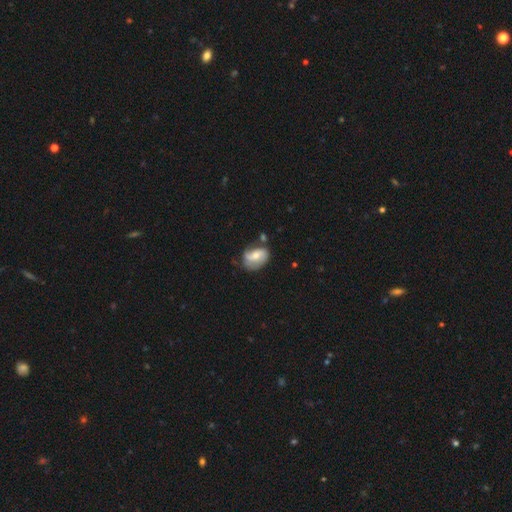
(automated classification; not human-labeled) smooth_or_featured: featured or disk (p=0.63) [alt: smooth p=0.30]
disk_edge_on: no (p=0.96) [alt: yes p=0.04]
bar: no (p=0.44) [alt: weak p=0.40]
has_spiral_arms: yes (p=0.85) [alt: no p=0.15]
spiral_winding: loose (p=0.40) [alt: medium p=0.38]
spiral_arm_count: 2 (p=0.72) [alt: can't tell p=0.12]
bulge_size: moderate (p=0.56) [alt: small p=0.37]
merging: none (p=0.54) [alt: minor disturbance p=0.27]